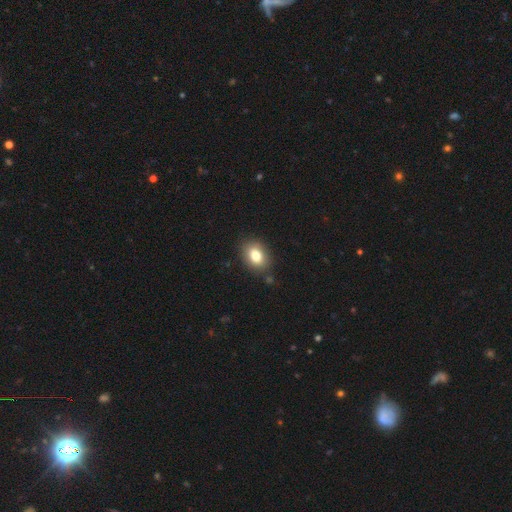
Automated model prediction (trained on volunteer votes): This is clearly a smooth galaxy (80%). How rounded: likely in between (76%). Merging: clearly none (83%).